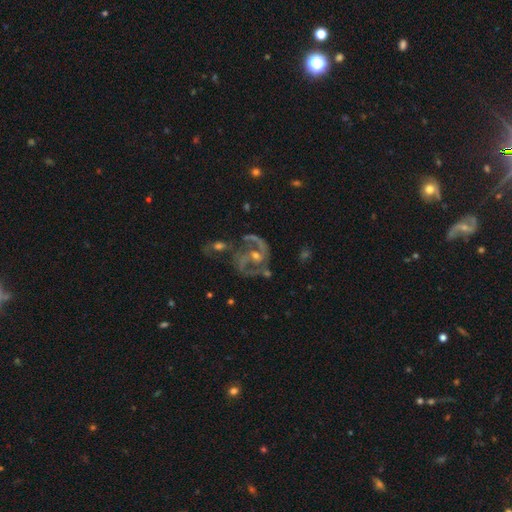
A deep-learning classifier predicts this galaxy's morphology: A featured or disk galaxy (88%) with no bar (47%), 2 (79%) medium (57%) spiral arms (96%) and a small central bulge (48%).

Vote fractions:
- Smooth or featured? featured or disk: 88% / star or artifact: 8% / smooth: 5%
- Edge-on disk? no: 98% / yes: 2%
- Bar? no: 47% / weak: 38% / strong: 15%
- Spiral arms? yes: 96% / no: 4%
- Spiral winding? medium: 57% / loose: 25% / tight: 18%
- Spiral arm count? 2: 79% / 3: 7% / can't tell: 5% / 1: 4% / 4: 2% / more than 4: 2%
- Bulge size? small: 48% / moderate: 45% / none: 3% / large: 2% / dominant: 1%
- Merging? none: 49% / minor disturbance: 19% / major disturbance: 18% / merger: 14%